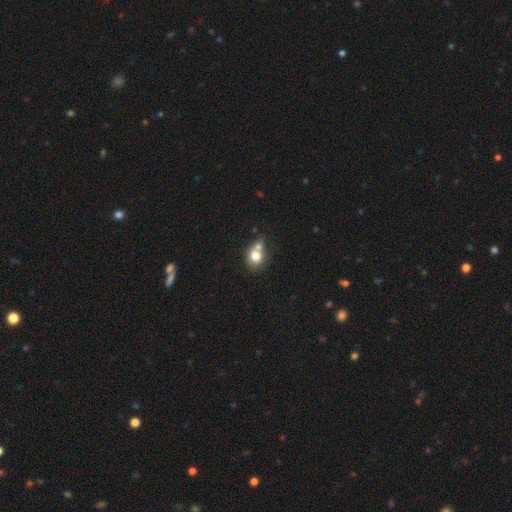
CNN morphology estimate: smooth_or_featured: smooth (p=0.74) [alt: featured or disk p=0.16]
how_rounded: round (p=0.69) [alt: in between p=0.30]
merging: merger (p=0.49) [alt: none p=0.36]